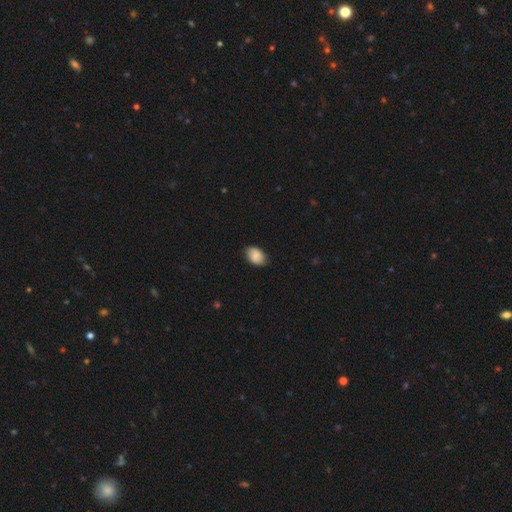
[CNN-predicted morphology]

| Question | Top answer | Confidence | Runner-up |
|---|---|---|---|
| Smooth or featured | smooth | 86% | featured or disk (8%) |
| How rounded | in between | 88% | round (11%) |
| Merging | none | 84% | minor disturbance (13%) |